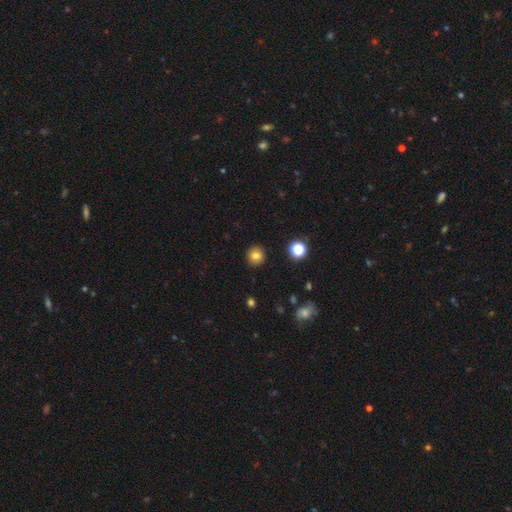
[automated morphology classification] smooth-or-featured: smooth: 80% | star or artifact: 12% | featured or disk: 8%
  how-rounded: round: 92% | in between: 7% | cigar-shaped: 1%
  merging: none: 91% | minor disturbance: 6% | major disturbance: 2% | merger: 1%